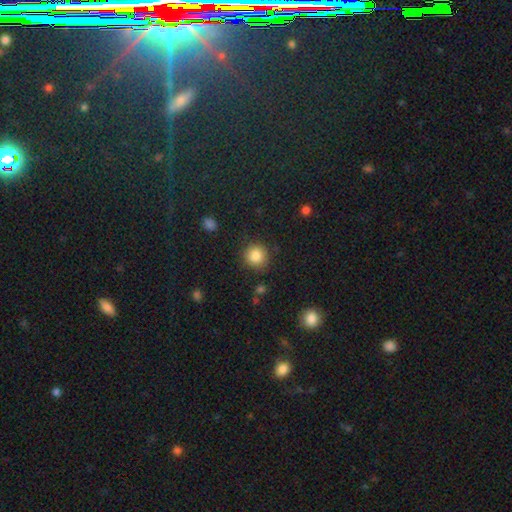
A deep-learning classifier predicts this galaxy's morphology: Smooth or featured?
  - smooth: 84% *
  - star or artifact: 10%
  - featured or disk: 5%
How rounded?
  - round: 93% *
  - in between: 6%
  - cigar-shaped: 1%
Merging?
  - none: 87% *
  - minor disturbance: 9%
  - major disturbance: 3%
  - merger: 2%